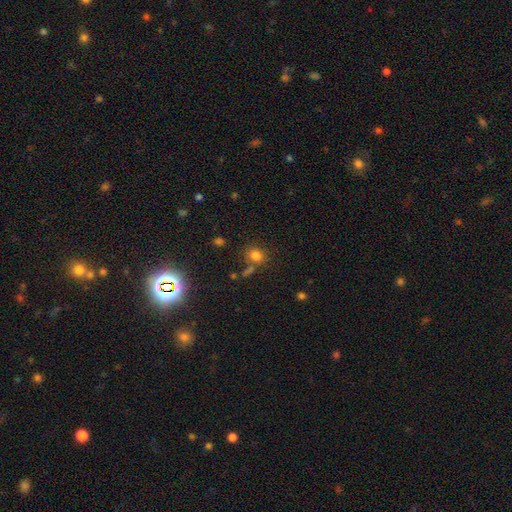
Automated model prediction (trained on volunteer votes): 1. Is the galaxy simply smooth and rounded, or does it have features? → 77% smooth, 16% star or artifact, 7% featured or disk.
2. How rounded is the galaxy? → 63% round, 36% in between, 1% cigar-shaped.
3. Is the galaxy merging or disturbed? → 68% none, 13% merger, 13% minor disturbance, 5% major disturbance.